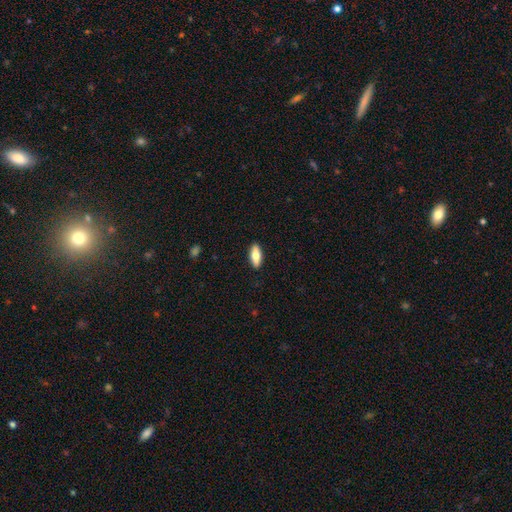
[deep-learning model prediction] Smooth or featured? Predicted: smooth (p=0.70). How rounded? Predicted: in between (p=0.69). Merging? Predicted: none (p=0.90).